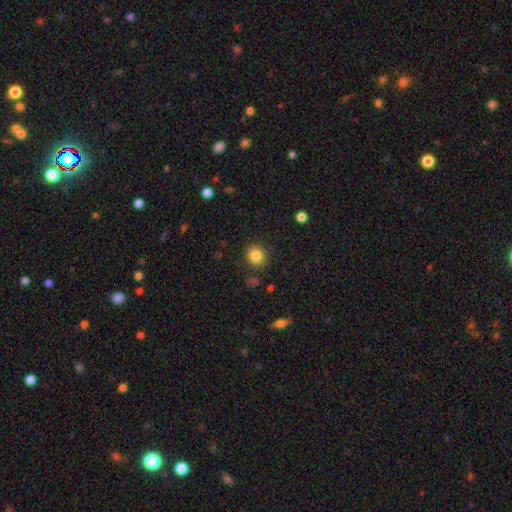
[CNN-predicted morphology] type=smooth (84%); roundness=round (85%); merging=none (87%).